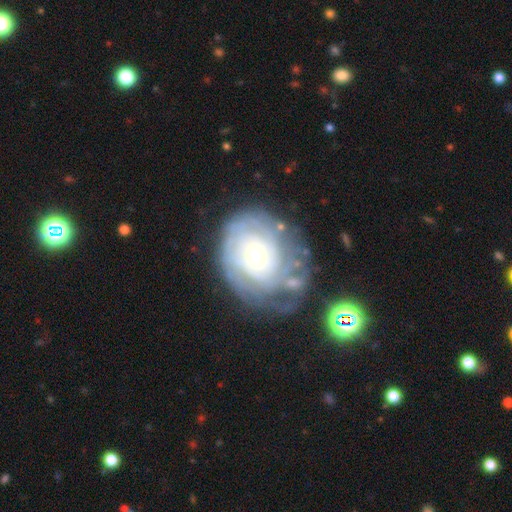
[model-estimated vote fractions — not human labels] This appears to be a featured or disk galaxy (79%) with no bar (72%), tight (79%) spiral arms (87%) and a moderate central bulge (69%). Merging: none (52%).